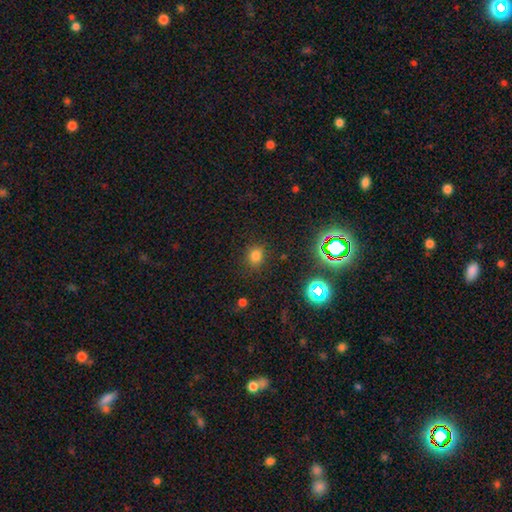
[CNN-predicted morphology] A smooth galaxy with no disk features (74%) that is round (73%). Merging: none (84%).